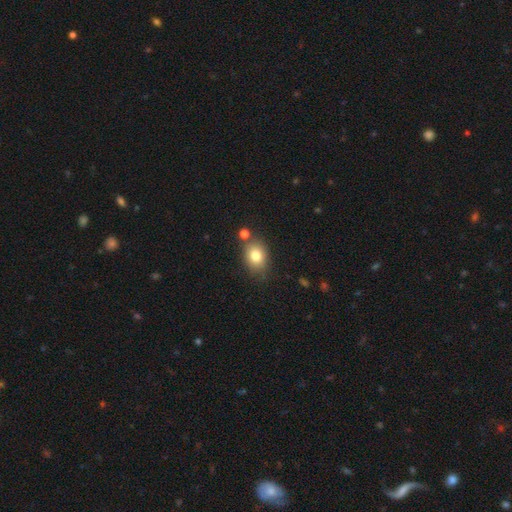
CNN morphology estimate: This is clearly a smooth galaxy (81%). How rounded: likely in between (63%). Merging: likely none (73%).